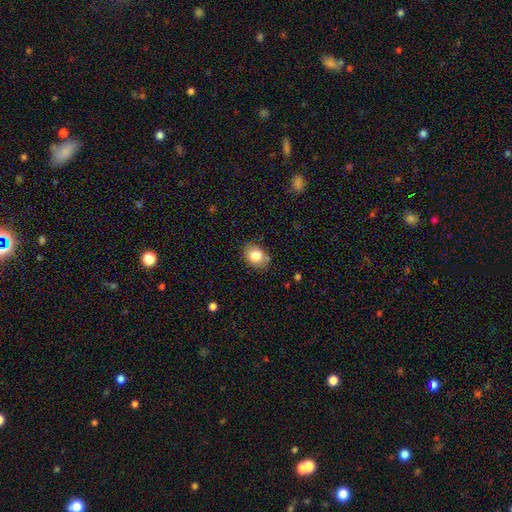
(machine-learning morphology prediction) Overall: smooth (82%). How rounded: in between (57%; round 42%). Merging: none (78%).